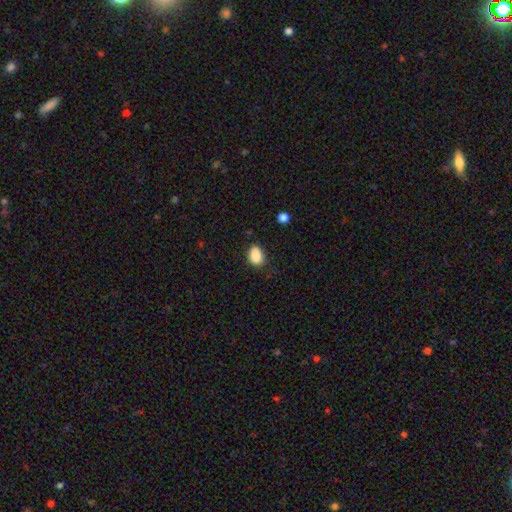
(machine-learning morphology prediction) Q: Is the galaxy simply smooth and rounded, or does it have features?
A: smooth — 89%.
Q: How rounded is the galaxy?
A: in between — 79%.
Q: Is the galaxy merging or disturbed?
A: none — 78%.